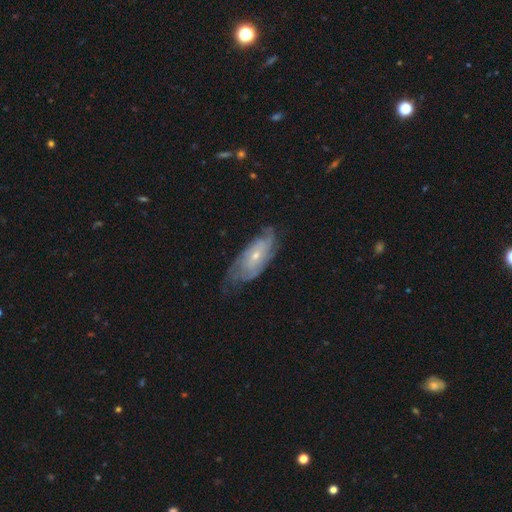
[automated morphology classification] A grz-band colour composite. It shows a featured or disk galaxy (73%) with no bar (67%), tight (54%) spiral arms (88%) and a small central bulge (64%). Merging: none (61%).